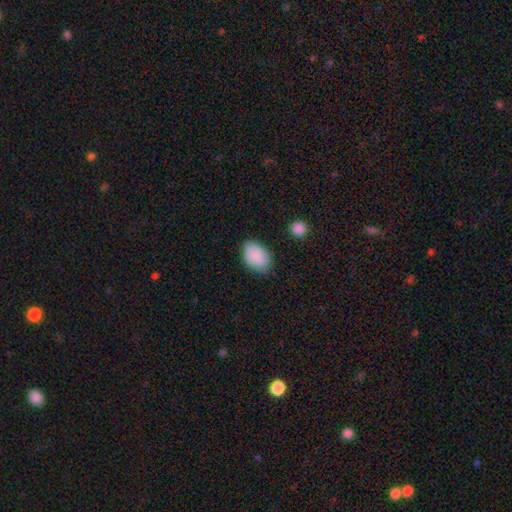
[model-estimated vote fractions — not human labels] smooth_or_featured: smooth (p=0.89) [alt: star or artifact p=0.07]
how_rounded: in between (p=0.88) [alt: round p=0.11]
merging: none (p=0.78) [alt: minor disturbance p=0.17]